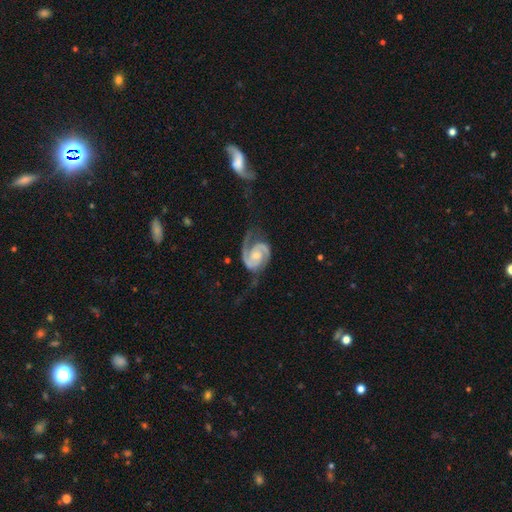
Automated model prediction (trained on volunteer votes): Morphology: type=featured or disk (92%); edge-on=no (98%); bar=no (64%); spiral arms=yes (98%); winding=medium (47%); arm count=2 (91%); bulge=moderate (46%, tied with small); merging=none (61%).